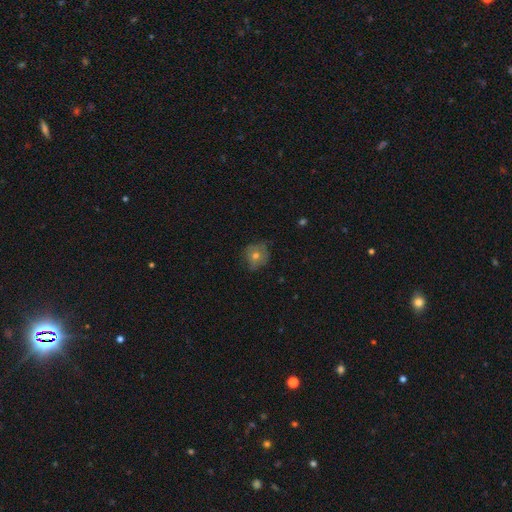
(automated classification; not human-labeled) The model was most divided on "smooth or featured": smooth: 55%, featured or disk: 31%, star or artifact: 14%. More confident: how rounded — round (84%); merging — none (70%).